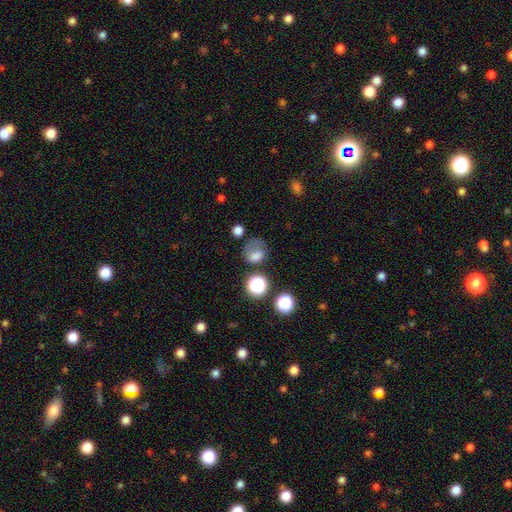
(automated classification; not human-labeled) Morphology: type=smooth (67%); roundness=round (62%); merging=none (41%).